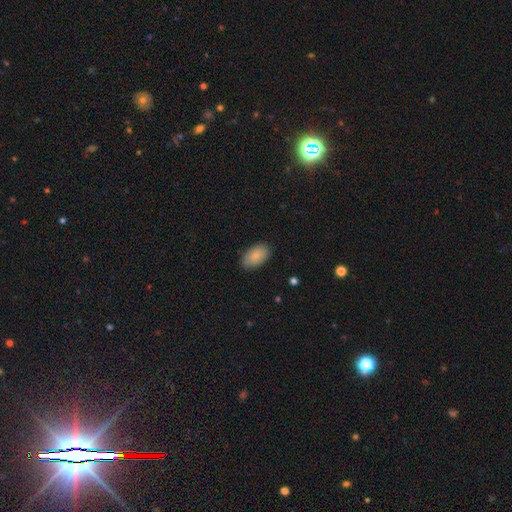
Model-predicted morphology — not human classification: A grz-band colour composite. It shows a smooth galaxy with no disk features (85%) that is in between round and cigar-shaped (93%). Merging: none (84%).